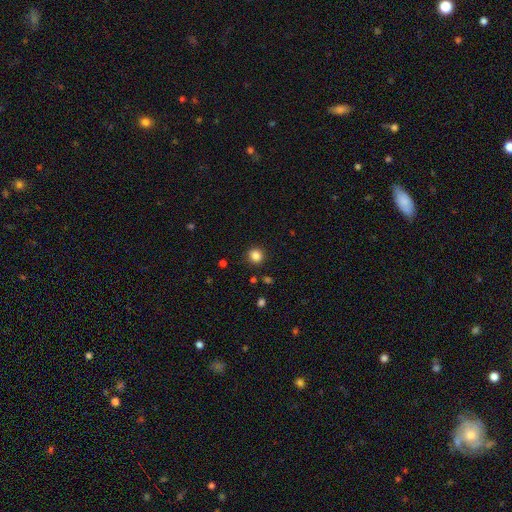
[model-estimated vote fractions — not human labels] Q: Smooth or featured?
A: smooth (84%); runner-up: star or artifact (12%)
Q: How rounded?
A: round (92%); runner-up: in between (7%)
Q: Merging?
A: none (91%); runner-up: minor disturbance (6%)